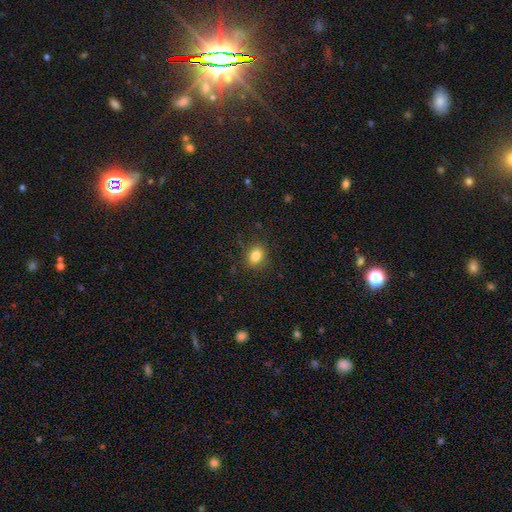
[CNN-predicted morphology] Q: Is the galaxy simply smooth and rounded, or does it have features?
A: smooth — 83%.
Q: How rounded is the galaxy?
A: round — 53%.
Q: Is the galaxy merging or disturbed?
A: none — 86%.